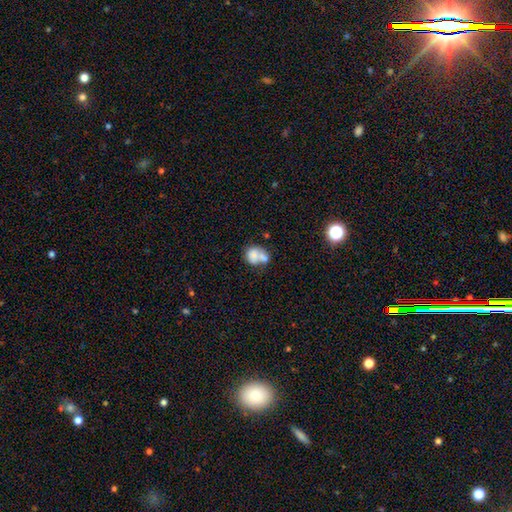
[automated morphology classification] This appears to be a smooth galaxy with no disk features (69%) that is round (50%). Merging: merger (55%).